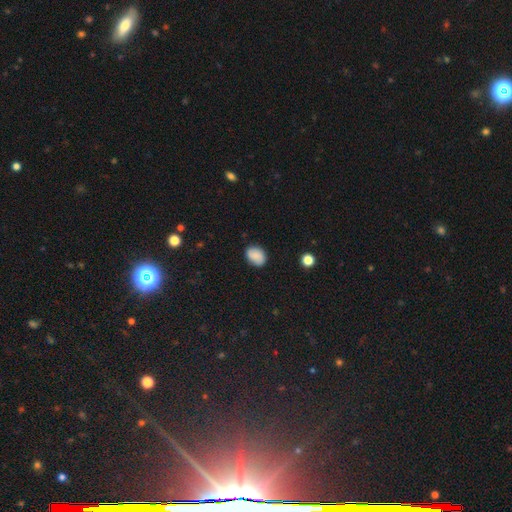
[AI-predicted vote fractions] A smooth galaxy with no disk features (86%) that is in between round and cigar-shaped (70%). Merging: none (83%).